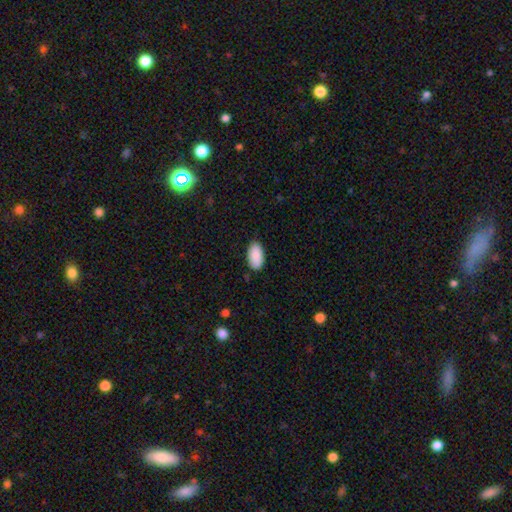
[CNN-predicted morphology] Smooth or featured? smooth (90%)
How rounded? in between (95%)
Merging? none (84%)